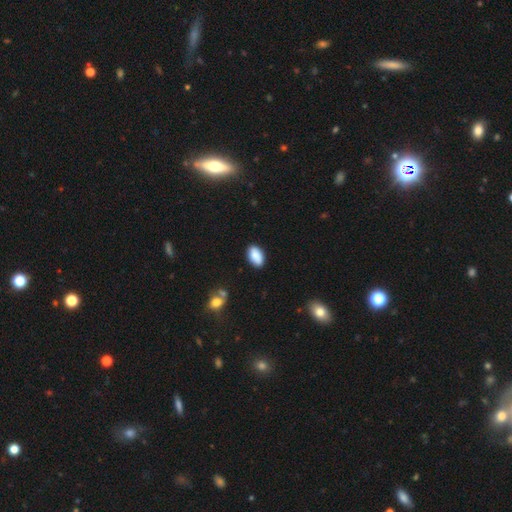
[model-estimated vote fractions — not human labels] Smooth or featured? smooth (87%)
How rounded? in between (94%)
Merging? none (85%)